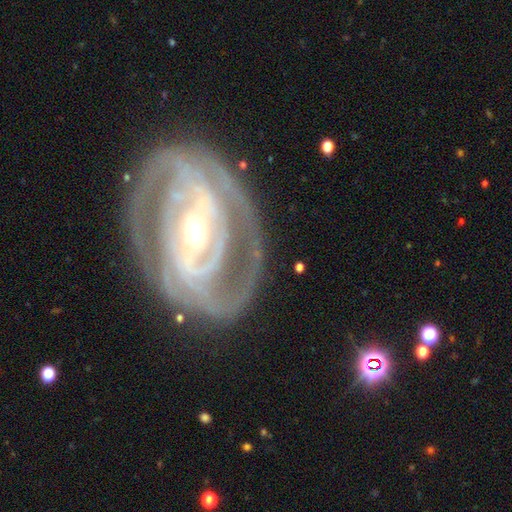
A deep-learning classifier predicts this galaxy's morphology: Smooth or featured: featured or disk — 90% (smooth — 6%)
Edge-on disk: no — 96% (yes — 4%)
Bar: strong — 50% (weak — 31%)
Spiral arms: yes — 95% (no — 5%)
Spiral winding: tight — 69% (medium — 25%)
Spiral arm count: 2 — 48% (3 — 18%)
Bulge size: moderate — 54% (small — 39%)
Merging: none — 77% (minor disturbance — 15%)